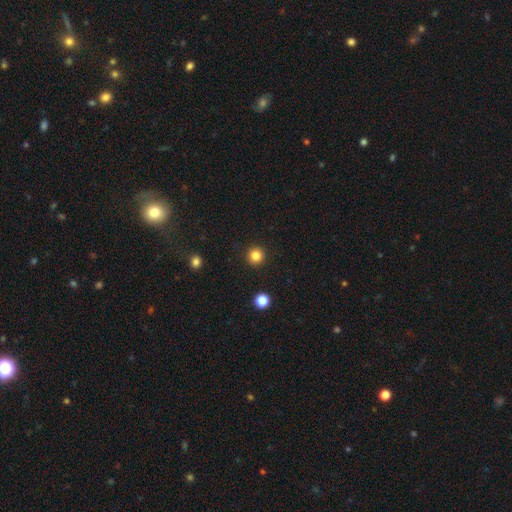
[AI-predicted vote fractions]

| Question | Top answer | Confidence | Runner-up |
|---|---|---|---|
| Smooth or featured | smooth | 84% | star or artifact (13%) |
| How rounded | round | 95% | in between (4%) |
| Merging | none | 93% | minor disturbance (4%) |